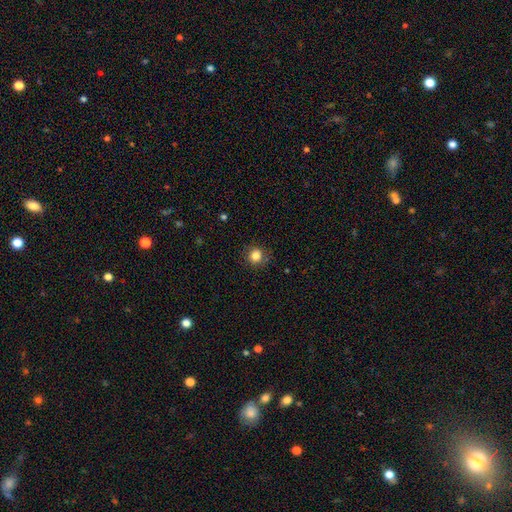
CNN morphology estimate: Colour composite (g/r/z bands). It shows a smooth galaxy with no disk features (84%) that is round (88%). Merging: none (85%).